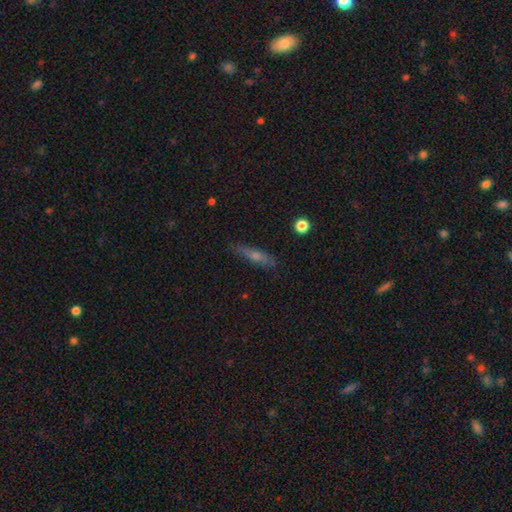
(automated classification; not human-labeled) smooth-or-featured: smooth: 48% | featured or disk: 41% | star or artifact: 10%
  merging: none: 84% | minor disturbance: 12% | major disturbance: 2% | merger: 1%